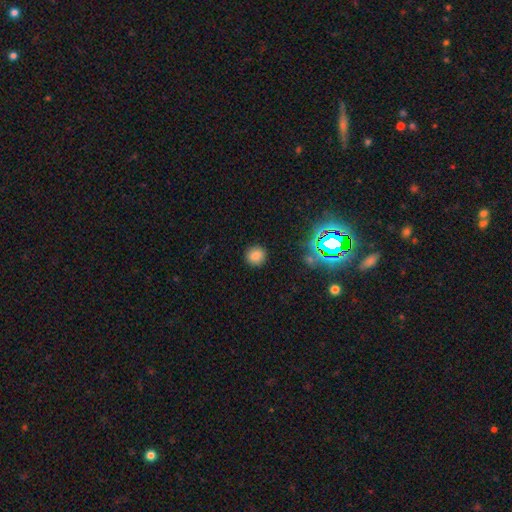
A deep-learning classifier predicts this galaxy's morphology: A smooth galaxy with no disk features (78%) that is round (90%). Merging: none (90%).